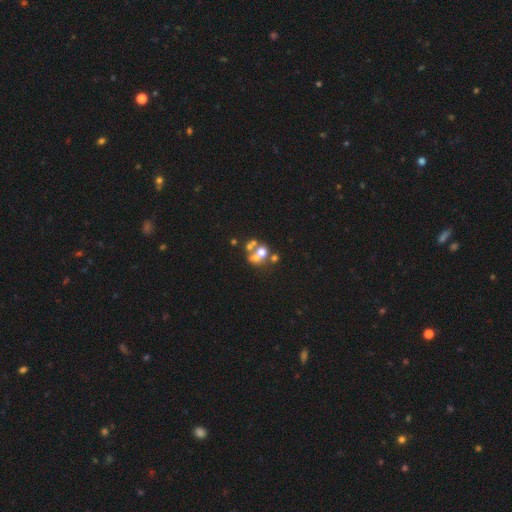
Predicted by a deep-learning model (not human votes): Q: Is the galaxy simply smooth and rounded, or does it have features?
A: smooth — 44%.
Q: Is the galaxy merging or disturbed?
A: merger — 51%.